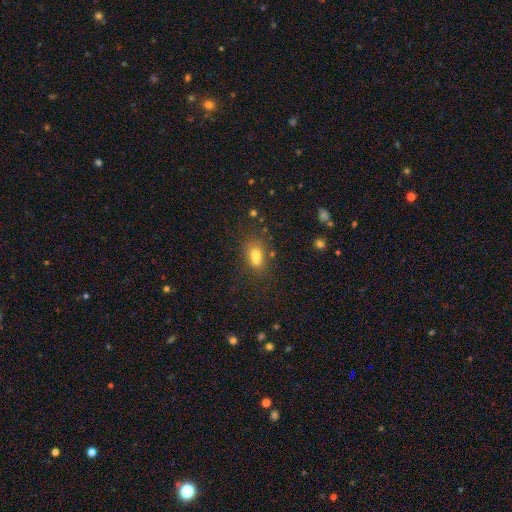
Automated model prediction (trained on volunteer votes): Smooth or featured?
  - smooth: 67% *
  - star or artifact: 17%
  - featured or disk: 16%
How rounded?
  - in between: 50% *
  - round: 48%
  - cigar-shaped: 2%
Merging?
  - merger: 45% *
  - none: 39%
  - minor disturbance: 11%
  - major disturbance: 5%